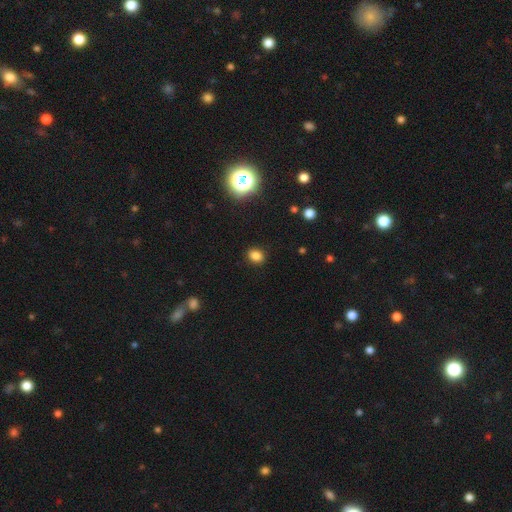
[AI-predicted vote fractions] Morphology: type=smooth (81%); roundness=round (54%); merging=none (89%).